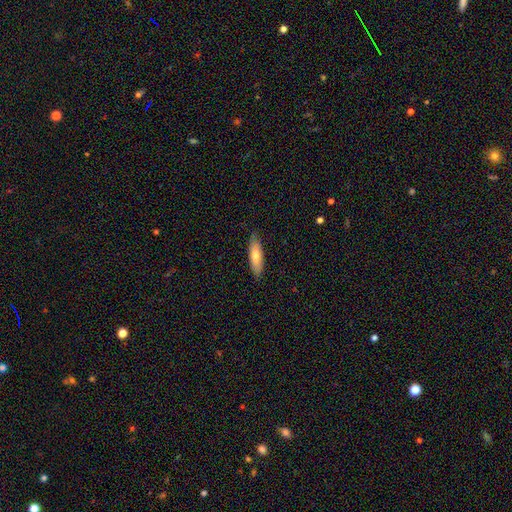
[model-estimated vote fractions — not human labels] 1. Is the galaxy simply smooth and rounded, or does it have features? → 66% smooth, 27% featured or disk, 6% star or artifact.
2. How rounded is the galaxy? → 58% cigar-shaped, 40% in between, 2% round.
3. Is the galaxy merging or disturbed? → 85% none, 12% minor disturbance, 2% major disturbance, 1% merger.